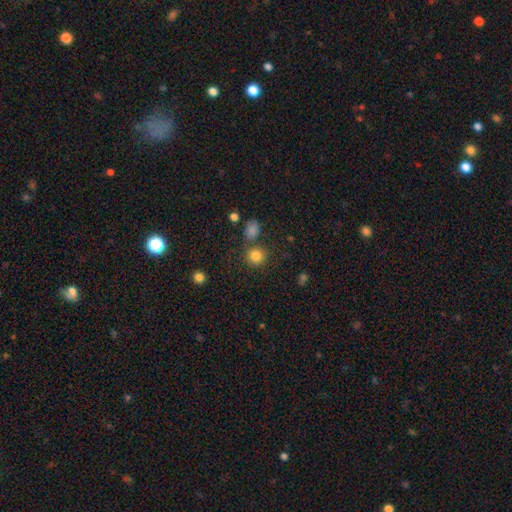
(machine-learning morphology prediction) smooth_or_featured: smooth (p=0.83) [alt: star or artifact p=0.12]
how_rounded: round (p=0.88) [alt: in between p=0.11]
merging: none (p=0.76) [alt: merger p=0.11]